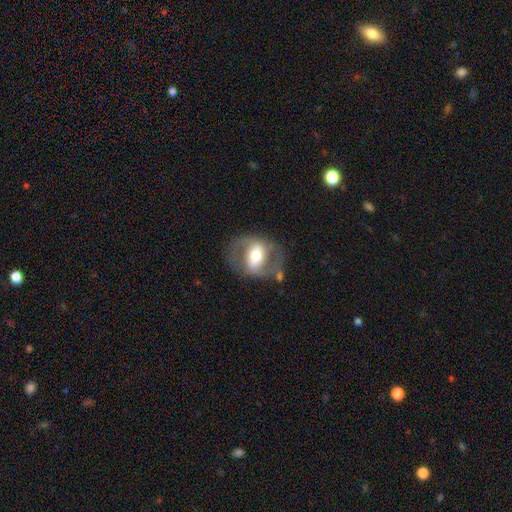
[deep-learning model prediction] Overall: featured or disk (67%). Edge-on disk: no (94%). Bar: strong (41%; weak 34%). Spiral arms: yes (61%; no 39%). Bulge size: moderate (64%). Merging: none (68%).